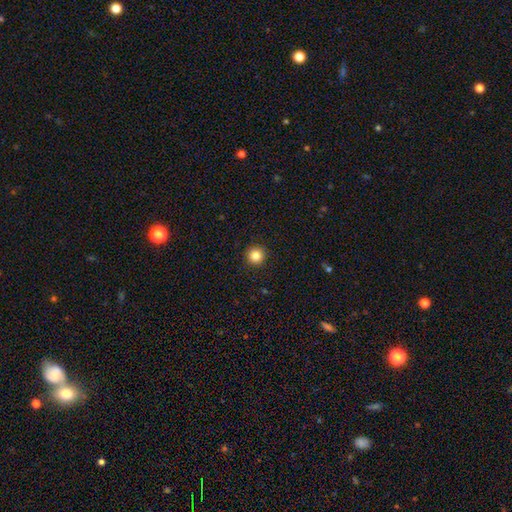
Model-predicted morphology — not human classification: smooth-or-featured: smooth: 85% | star or artifact: 10% | featured or disk: 5%
  how-rounded: round: 96% | in between: 3% | cigar-shaped: 1%
  merging: none: 93% | minor disturbance: 4% | major disturbance: 2% | merger: 1%